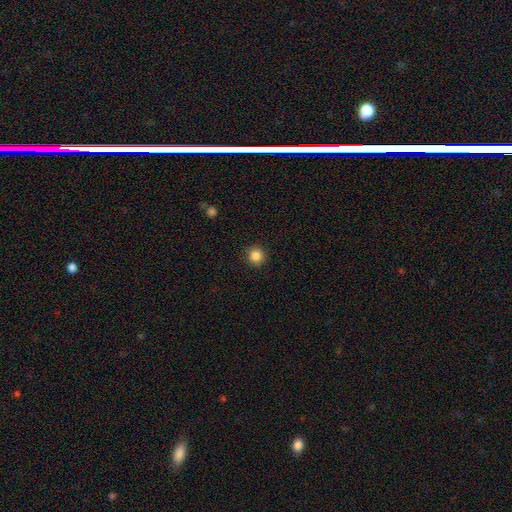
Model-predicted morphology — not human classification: smooth-or-featured: smooth: 85% | star or artifact: 11% | featured or disk: 4%
  how-rounded: round: 94% | in between: 5% | cigar-shaped: 1%
  merging: none: 92% | minor disturbance: 5% | major disturbance: 2% | merger: 1%